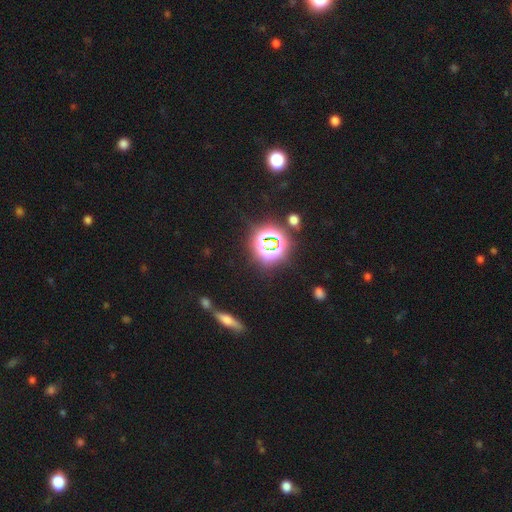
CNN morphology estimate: A star or artifact, not a galaxy (65%).